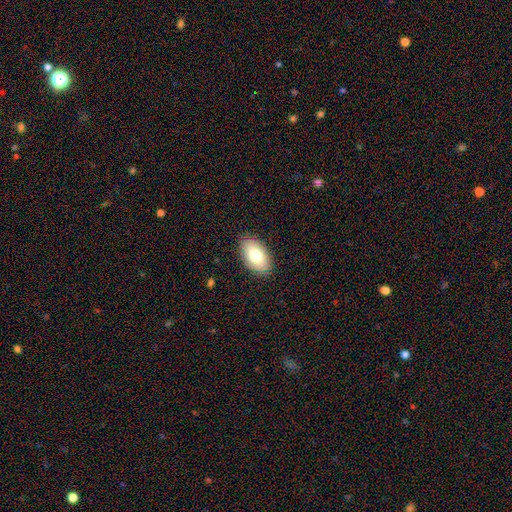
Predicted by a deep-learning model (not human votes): A smooth galaxy with no disk features (77%) that is in between round and cigar-shaped (94%).

Vote fractions:
- Smooth or featured? smooth: 77% / featured or disk: 16% / star or artifact: 7%
- How rounded? in between: 94% / round: 5% / cigar-shaped: 2%
- Merging? none: 87% / minor disturbance: 10% / major disturbance: 2% / merger: 1%